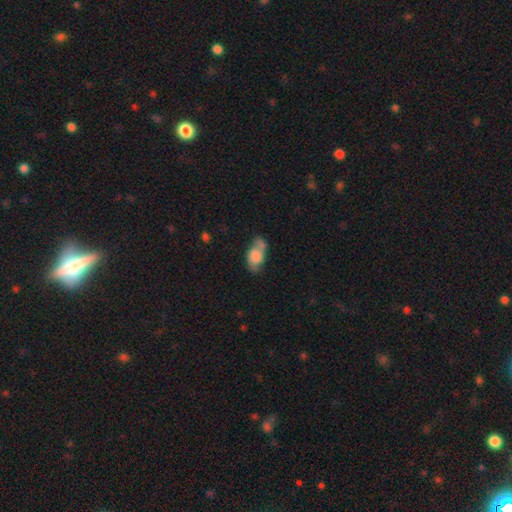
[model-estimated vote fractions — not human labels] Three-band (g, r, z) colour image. It shows a smooth galaxy with no disk features (68%) that is in between round and cigar-shaped (88%). Merging: none (36%).